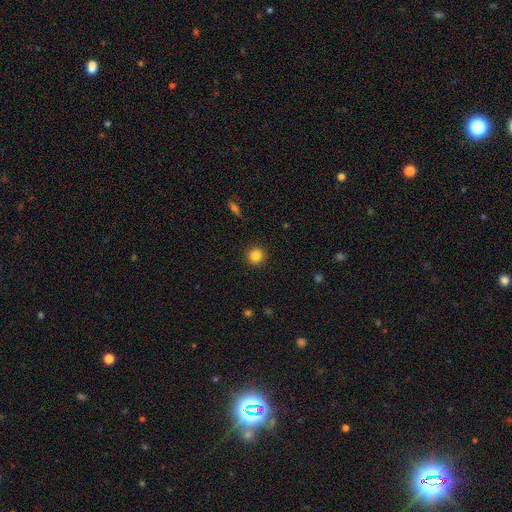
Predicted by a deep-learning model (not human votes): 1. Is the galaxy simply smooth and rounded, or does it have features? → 84% smooth, 11% star or artifact, 5% featured or disk.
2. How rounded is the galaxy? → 94% round, 5% in between, 1% cigar-shaped.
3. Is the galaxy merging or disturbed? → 92% none, 5% minor disturbance, 2% major disturbance, 1% merger.